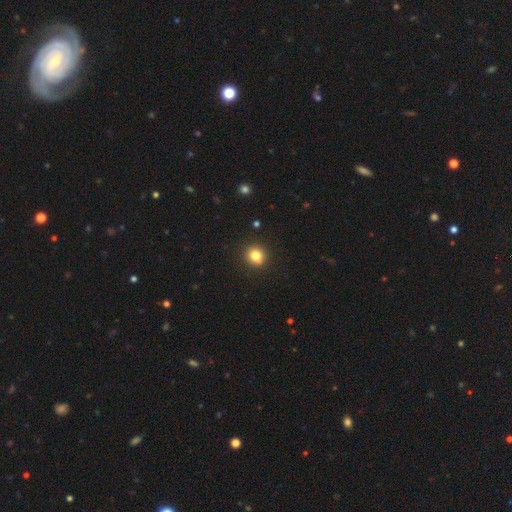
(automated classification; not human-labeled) A smooth galaxy with no disk features (80%) that is round (88%).

Vote fractions:
- Smooth or featured? smooth: 80% / star or artifact: 12% / featured or disk: 7%
- How rounded? round: 88% / in between: 11% / cigar-shaped: 1%
- Merging? none: 86% / minor disturbance: 9% / merger: 3% / major disturbance: 2%